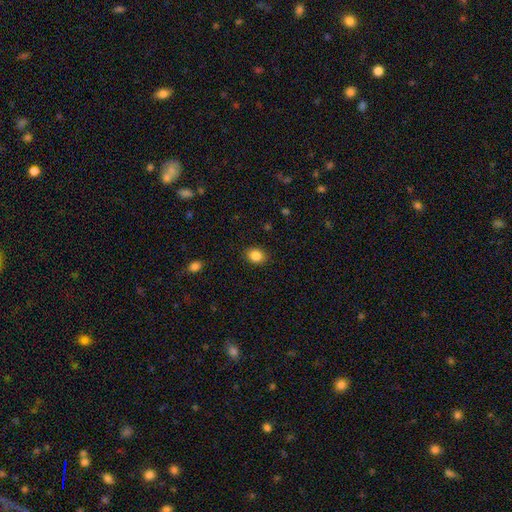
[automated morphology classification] The model was most divided on "how rounded": round: 50%, in between: 49%, cigar-shaped: 1%. More confident: merging — none (89%); smooth or featured — smooth (86%).